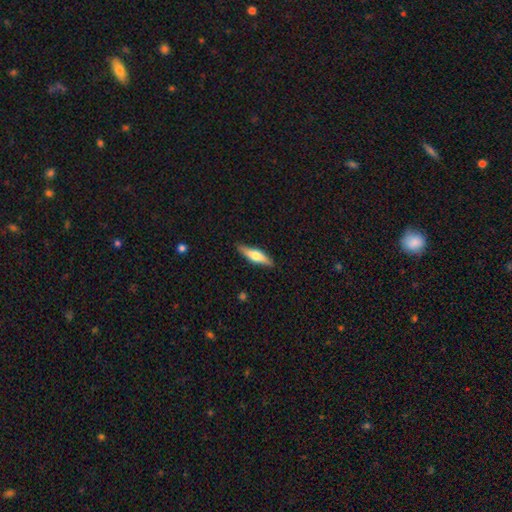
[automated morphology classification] Overall: smooth (51%; featured or disk 43%). How rounded: cigar-shaped (66%; in between 31%). Merging: none (87%).